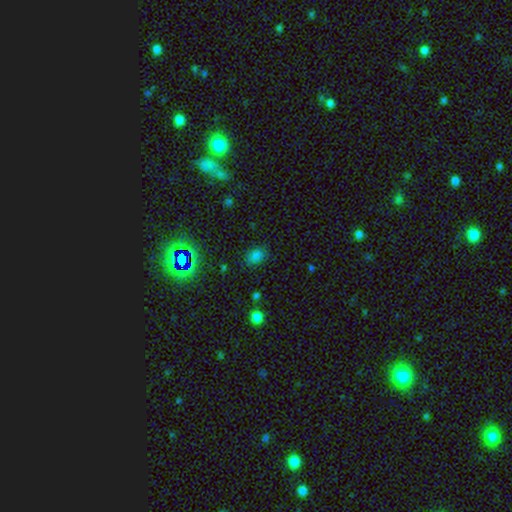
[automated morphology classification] type=smooth (73%); roundness=in between (73%); merging=none (81%).